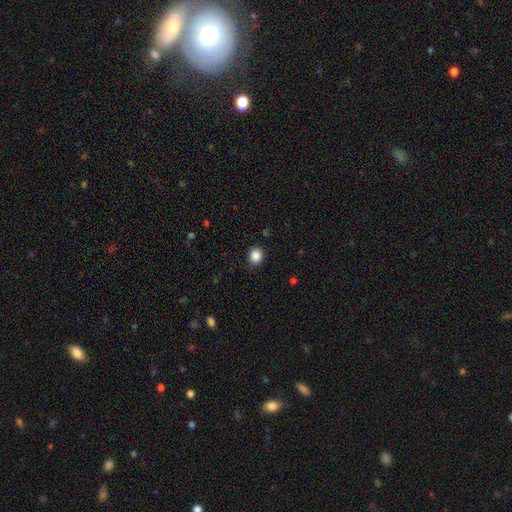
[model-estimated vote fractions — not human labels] A smooth galaxy with no disk features (87%) that is round (71%). Merging: none (86%).